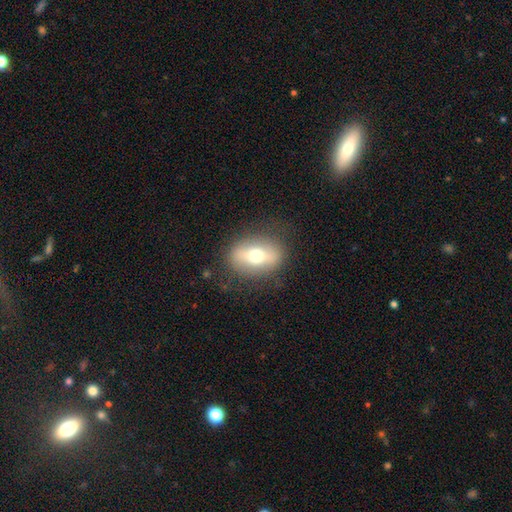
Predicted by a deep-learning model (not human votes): This is possibly a smooth galaxy (56%). How rounded: likely in between (72%). Merging: clearly none (82%).